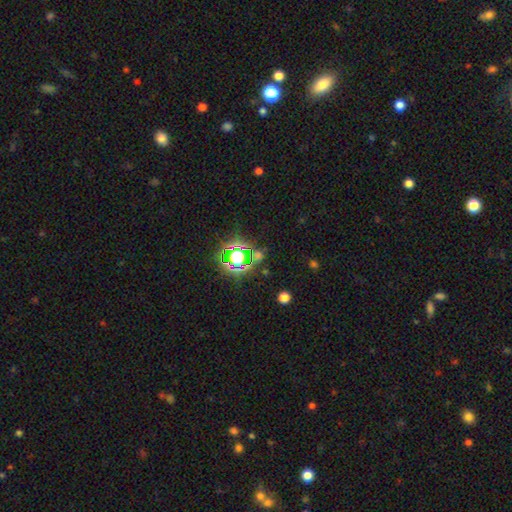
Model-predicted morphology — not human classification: The model was most divided on "smooth or featured": star or artifact: 69%, smooth: 22%, featured or disk: 9%.